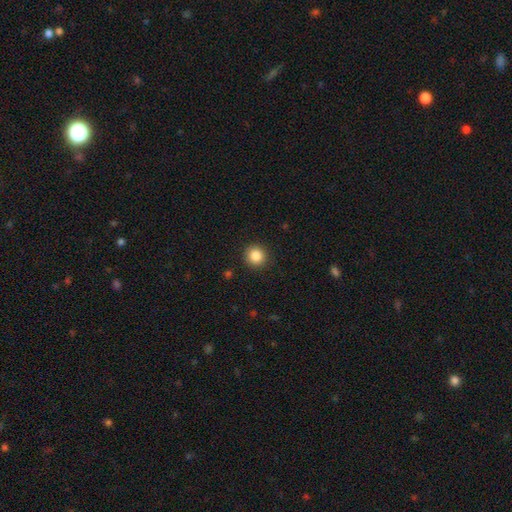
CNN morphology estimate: Q: Smooth or featured?
A: smooth (86%); runner-up: star or artifact (10%)
Q: How rounded?
A: round (94%); runner-up: in between (6%)
Q: Merging?
A: none (91%); runner-up: minor disturbance (6%)